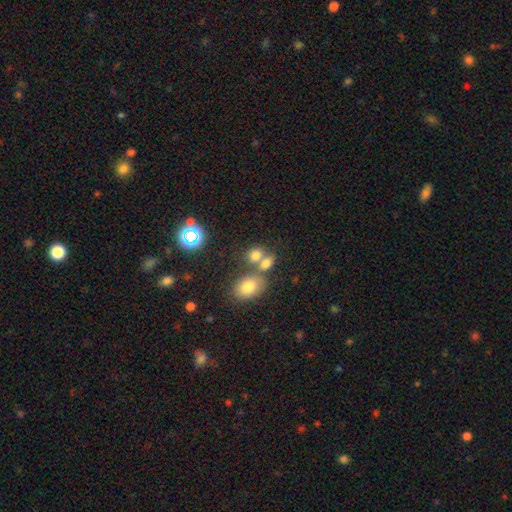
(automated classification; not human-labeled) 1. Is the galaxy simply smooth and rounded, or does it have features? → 72% smooth, 17% star or artifact, 11% featured or disk.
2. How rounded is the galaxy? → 59% in between, 39% round, 2% cigar-shaped.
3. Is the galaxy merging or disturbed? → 43% none, 42% merger, 10% minor disturbance, 5% major disturbance.